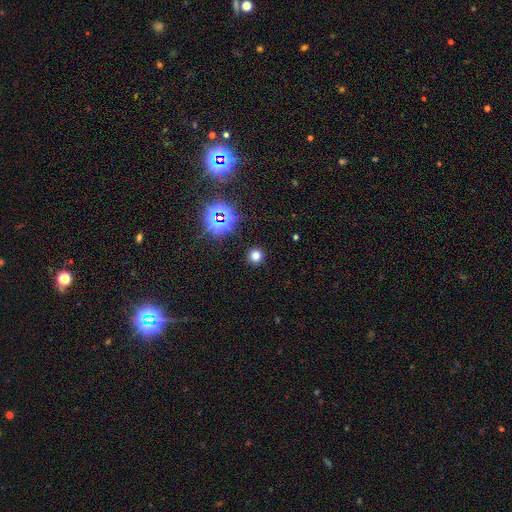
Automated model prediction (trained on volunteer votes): Morphology: type=smooth (72%); roundness=round (94%); merging=none (91%).